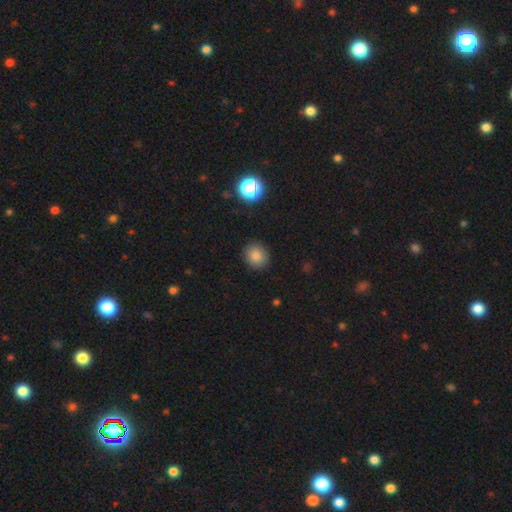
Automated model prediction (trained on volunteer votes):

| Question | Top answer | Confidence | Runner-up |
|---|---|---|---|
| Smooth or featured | smooth | 83% | star or artifact (11%) |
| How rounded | round | 78% | in between (21%) |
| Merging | none | 89% | minor disturbance (8%) |